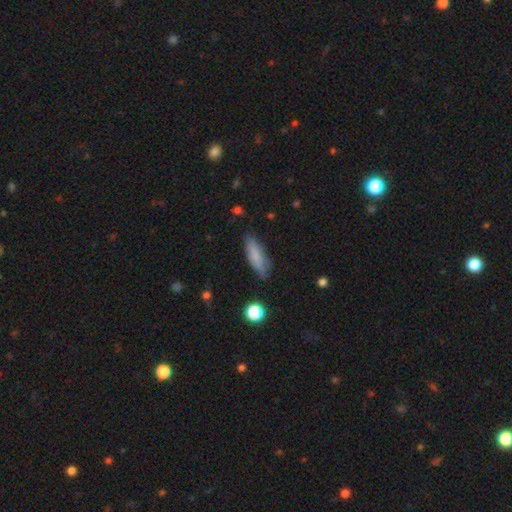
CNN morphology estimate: This appears to be a smooth galaxy with no disk features (78%) that is in between round and cigar-shaped (49%, tied with cigar-shaped). Merging: none (78%).